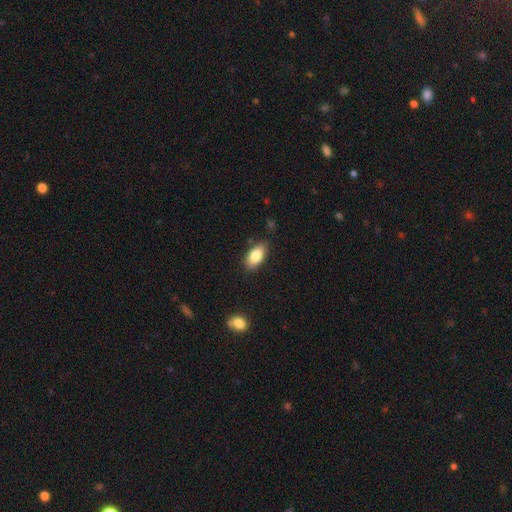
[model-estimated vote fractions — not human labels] A smooth galaxy with no disk features (83%) that is in between round and cigar-shaped (91%).

Vote fractions:
- Smooth or featured? smooth: 83% / featured or disk: 10% / star or artifact: 7%
- How rounded? in between: 91% / cigar-shaped: 5% / round: 4%
- Merging? none: 83% / minor disturbance: 12% / major disturbance: 2% / merger: 2%